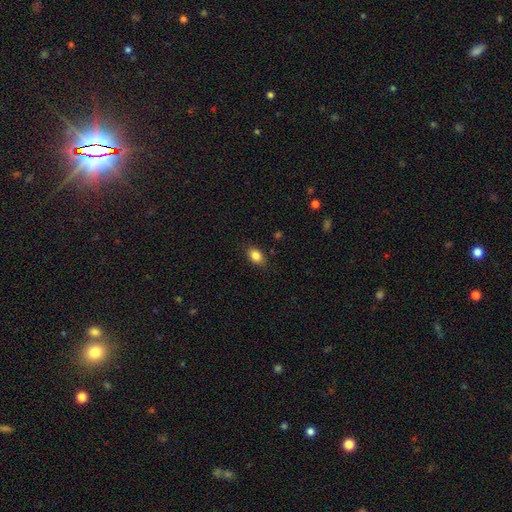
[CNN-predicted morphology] smooth 85%, star or artifact 9%, featured or disk 7%. Down the decision tree: how rounded — in between (84%); merging — none (85%).